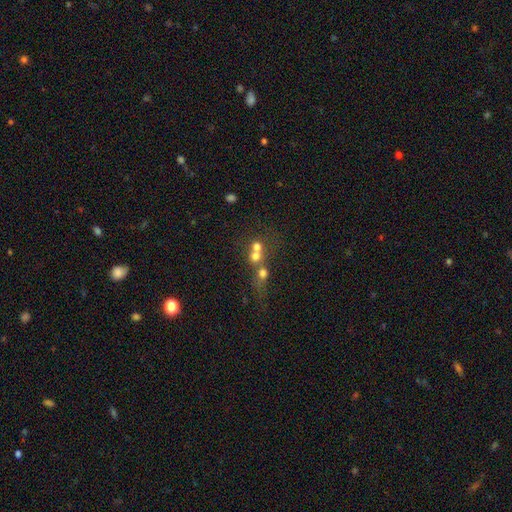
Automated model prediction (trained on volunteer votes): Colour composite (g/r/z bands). It shows a smooth galaxy with no disk features (62%) that is round (82%). Merging: merger (59%).